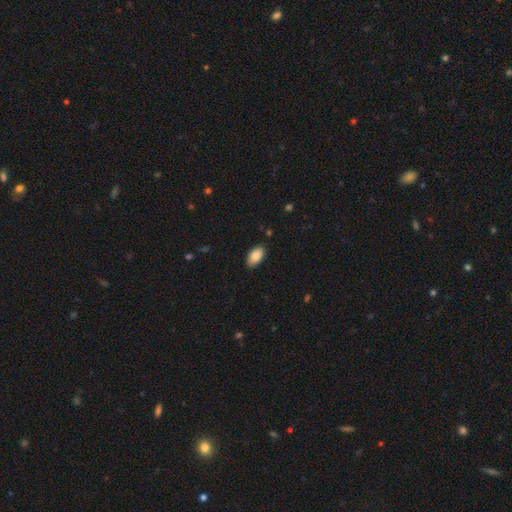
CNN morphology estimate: smooth_or_featured: smooth (p=0.86) [alt: featured or disk p=0.07]
how_rounded: in between (p=0.95) [alt: round p=0.03]
merging: none (p=0.86) [alt: minor disturbance p=0.11]